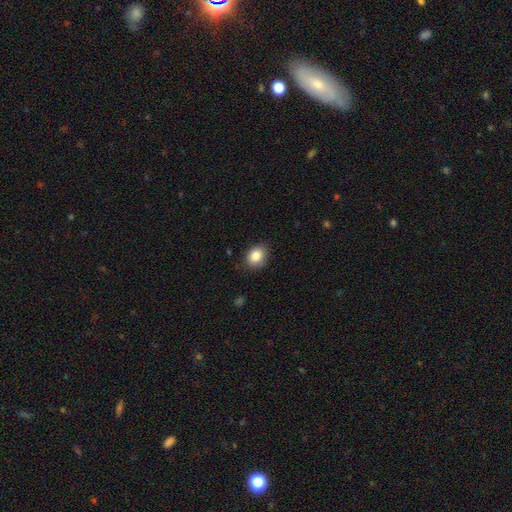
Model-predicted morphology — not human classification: Q: Smooth or featured?
A: smooth (85%); runner-up: star or artifact (9%)
Q: How rounded?
A: round (55%); runner-up: in between (44%)
Q: Merging?
A: none (84%); runner-up: minor disturbance (12%)